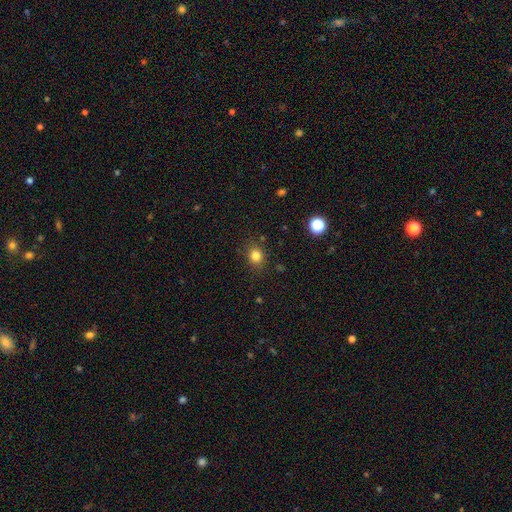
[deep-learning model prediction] Smooth or featured? Predicted: smooth (p=0.82). How rounded? Predicted: round (p=0.71). Merging? Predicted: none (p=0.83).